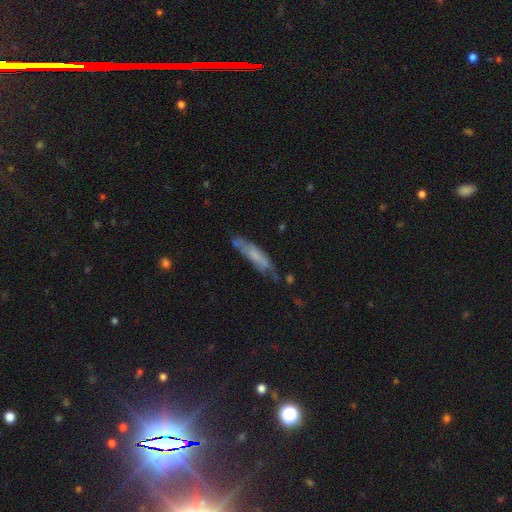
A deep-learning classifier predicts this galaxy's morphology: Smooth or featured?
  - smooth: 60% *
  - featured or disk: 33%
  - star or artifact: 7%
How rounded?
  - cigar-shaped: 73% *
  - in between: 25%
  - round: 2%
Merging?
  - none: 50% *
  - minor disturbance: 30%
  - major disturbance: 12%
  - merger: 8%